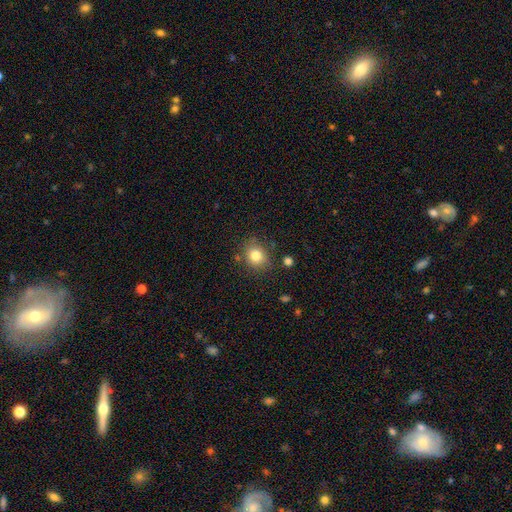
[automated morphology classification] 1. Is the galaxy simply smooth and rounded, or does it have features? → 81% smooth, 11% star or artifact, 8% featured or disk.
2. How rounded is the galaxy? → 69% round, 30% in between, 1% cigar-shaped.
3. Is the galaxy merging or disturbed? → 79% none, 13% minor disturbance, 4% merger, 4% major disturbance.